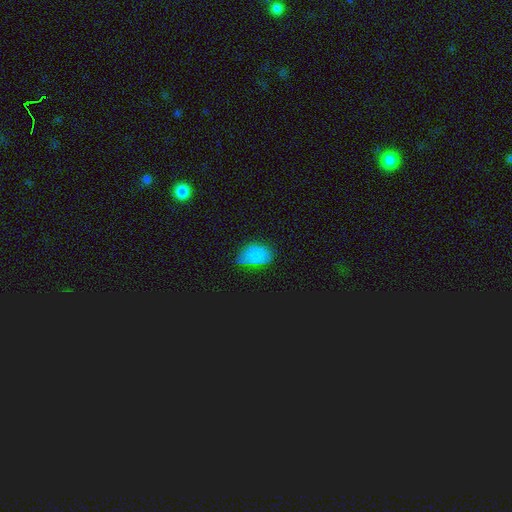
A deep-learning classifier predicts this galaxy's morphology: type=smooth (66%); roundness=in between (88%); merging=none (51%).